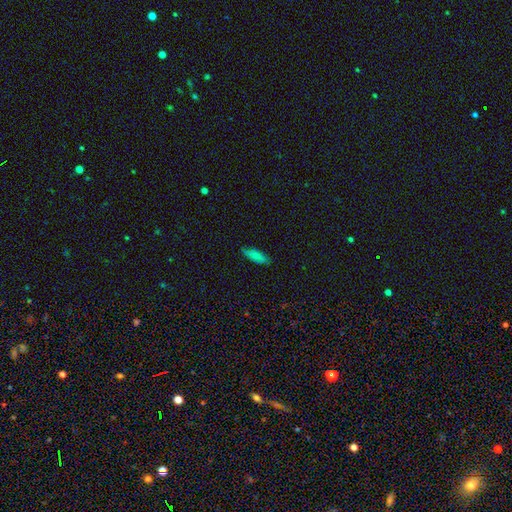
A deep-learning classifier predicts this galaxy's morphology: This appears to be a smooth galaxy with no disk features (82%) that is in between round and cigar-shaped (53%). Merging: none (81%).